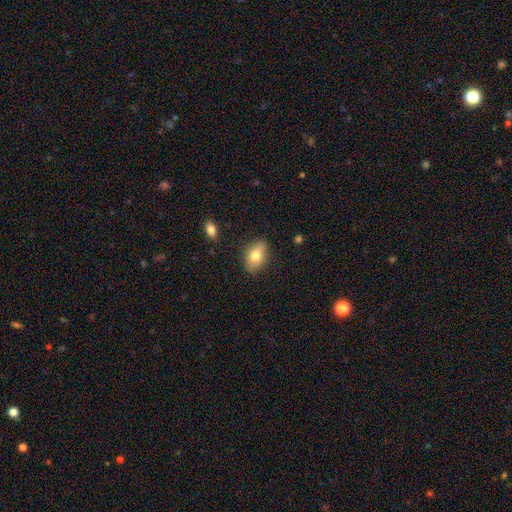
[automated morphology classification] Smooth or featured? Predicted: smooth (p=0.72). How rounded? Predicted: in between (p=0.86). Merging? Predicted: none (p=0.83).